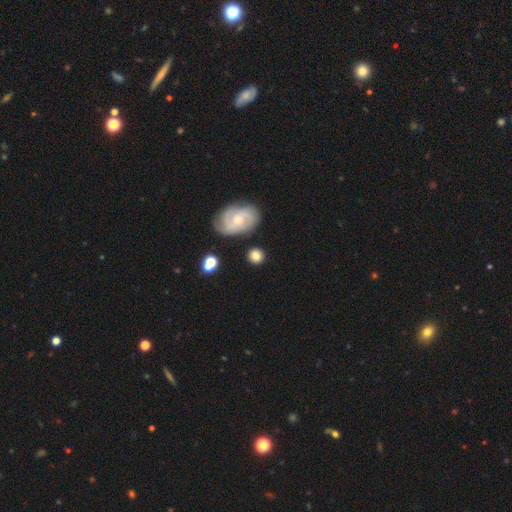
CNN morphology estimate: smooth_or_featured: smooth (p=0.71) [alt: featured or disk p=0.20]
how_rounded: round (p=0.81) [alt: in between p=0.18]
merging: none (p=0.81) [alt: minor disturbance p=0.11]